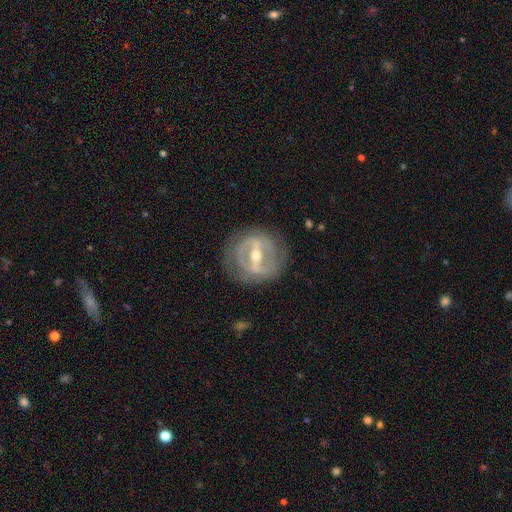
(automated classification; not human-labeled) Overall: featured or disk (84%). Edge-on disk: no (89%). Bar: strong (78%). Spiral arms: yes (51%; no 49%). Bulge size: moderate (62%; small 33%). Merging: none (81%).